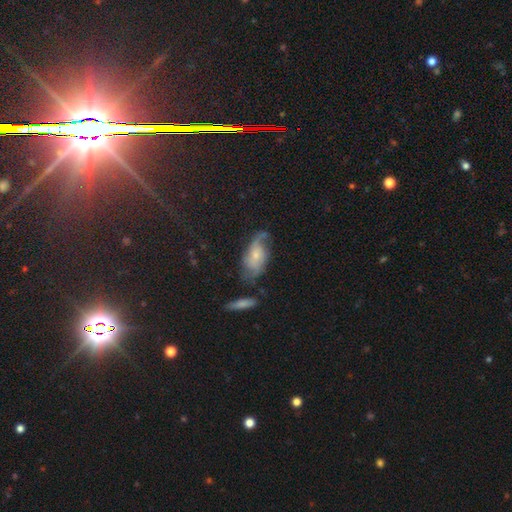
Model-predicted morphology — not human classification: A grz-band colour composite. It shows a featured or disk galaxy (53%). Merging: none (42%).